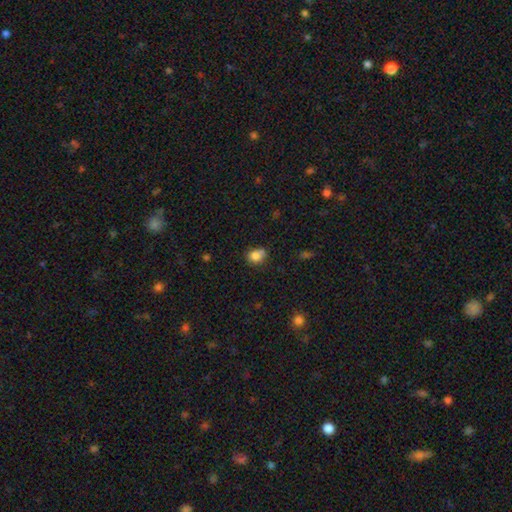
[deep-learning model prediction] smooth-or-featured: smooth: 81% | star or artifact: 11% | featured or disk: 8%
  how-rounded: round: 61% | in between: 38% | cigar-shaped: 1%
  merging: none: 52% | minor disturbance: 25% | merger: 16% | major disturbance: 6%